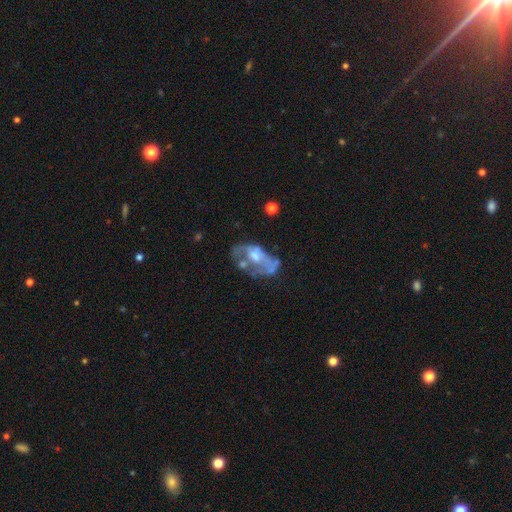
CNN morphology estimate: Smooth or featured?
  - featured or disk: 66% *
  - smooth: 23%
  - star or artifact: 10%
Edge-on disk?
  - no: 95% *
  - yes: 5%
Bar?
  - no: 78% *
  - weak: 18%
  - strong: 4%
Spiral arms?
  - no: 71% *
  - yes: 29%
Bulge size?
  - moderate: 46% *
  - small: 29%
  - none: 16%
  - large: 6%
  - dominant: 2%
Merging?
  - none: 34% *
  - major disturbance: 29%
  - minor disturbance: 20%
  - merger: 16%